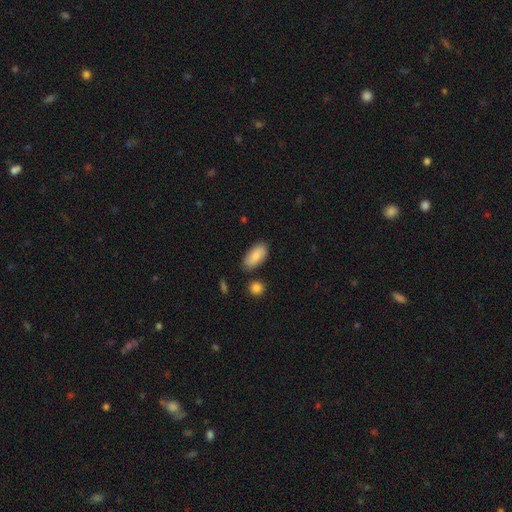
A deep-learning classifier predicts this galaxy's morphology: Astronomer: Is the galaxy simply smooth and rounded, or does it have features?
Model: smooth — 85%.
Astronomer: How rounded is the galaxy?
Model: in between — 91%.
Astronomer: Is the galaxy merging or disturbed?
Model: none — 80%.